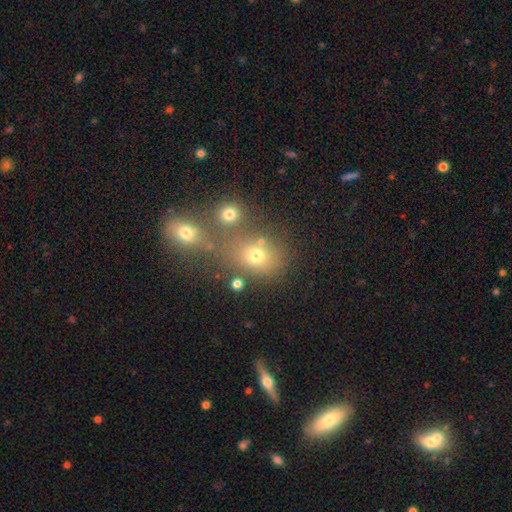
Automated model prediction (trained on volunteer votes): A smooth galaxy with no disk features (69%) that is round (61%). Merging: none (54%).